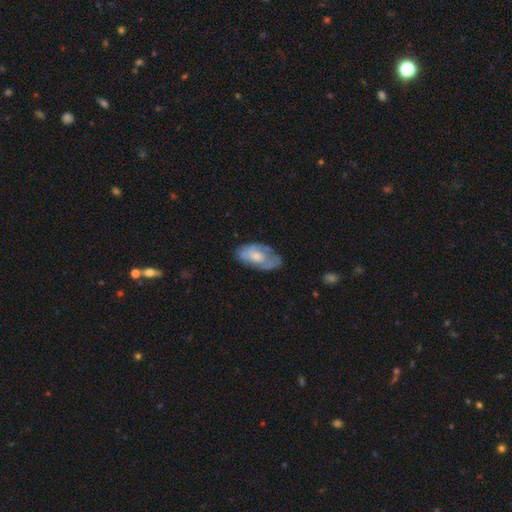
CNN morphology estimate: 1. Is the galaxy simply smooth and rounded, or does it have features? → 54% featured or disk, 40% smooth, 6% star or artifact.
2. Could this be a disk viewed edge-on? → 93% no, 7% yes.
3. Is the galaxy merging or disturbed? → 63% none, 25% minor disturbance, 10% major disturbance, 2% merger.